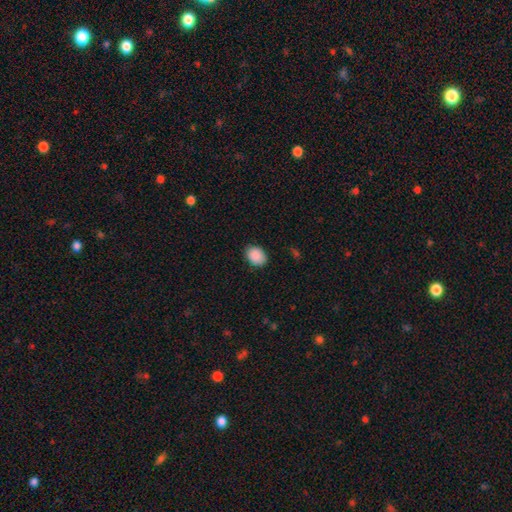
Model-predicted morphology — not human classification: smooth 90%, star or artifact 7%, featured or disk 3%. Down the decision tree: how rounded — in between (68%); merging — none (86%).